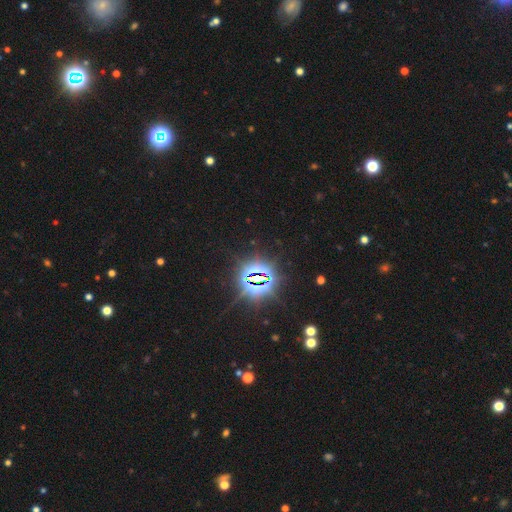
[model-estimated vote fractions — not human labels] The model was most divided on "smooth or featured": star or artifact: 83%, smooth: 10%, featured or disk: 6%.